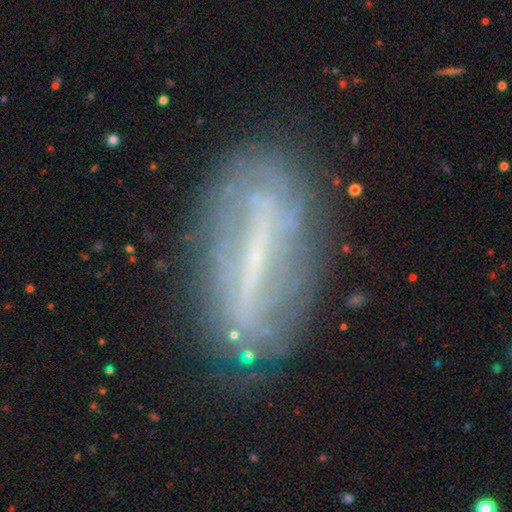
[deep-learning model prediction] Smooth or featured?
  - featured or disk: 67% *
  - smooth: 23%
  - star or artifact: 11%
Edge-on disk?
  - no: 65% *
  - yes: 35%
Merging?
  - none: 75% *
  - minor disturbance: 16%
  - major disturbance: 7%
  - merger: 2%